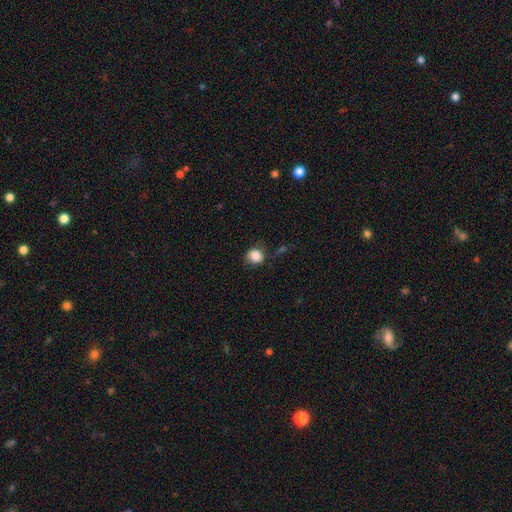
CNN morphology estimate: Q: Smooth or featured?
A: smooth (84%); runner-up: star or artifact (9%)
Q: How rounded?
A: round (82%); runner-up: in between (17%)
Q: Merging?
A: none (71%); runner-up: minor disturbance (20%)